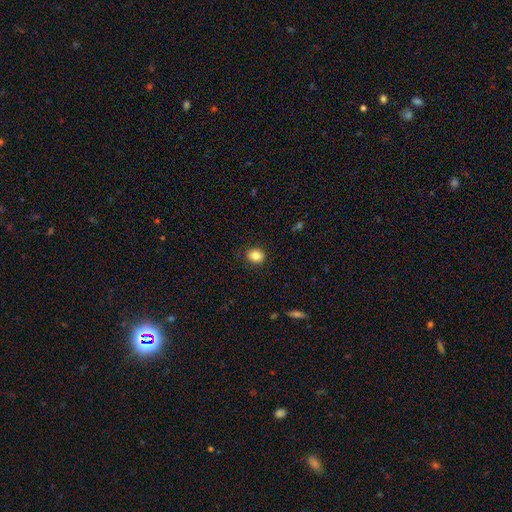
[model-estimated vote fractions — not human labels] Smooth or featured: smooth — 83% (star or artifact — 10%)
How rounded: round — 61% (in between — 38%)
Merging: none — 87% (minor disturbance — 9%)